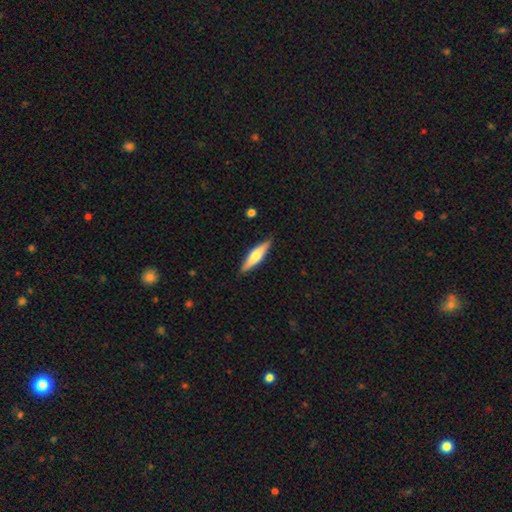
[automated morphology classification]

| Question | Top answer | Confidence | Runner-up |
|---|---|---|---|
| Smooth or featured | smooth | 53% | featured or disk (42%) |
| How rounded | cigar-shaped | 75% | in between (23%) |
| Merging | none | 88% | minor disturbance (9%) |